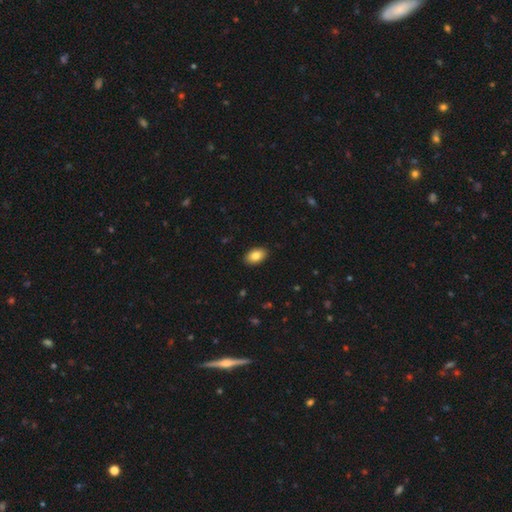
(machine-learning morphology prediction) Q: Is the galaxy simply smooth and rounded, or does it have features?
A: smooth — 84%.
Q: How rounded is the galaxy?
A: in between — 91%.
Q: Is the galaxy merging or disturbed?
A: none — 90%.